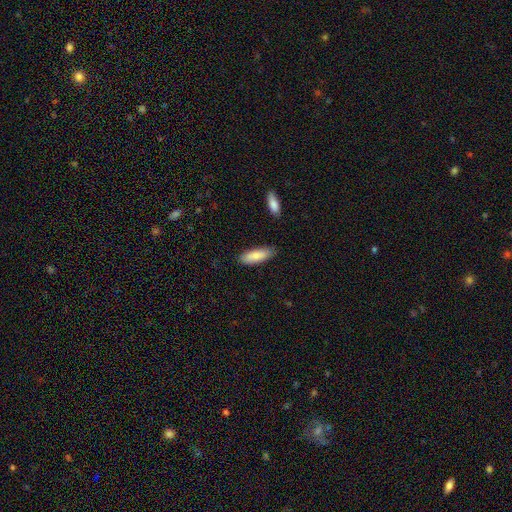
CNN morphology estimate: Smooth or featured?
  - smooth: 85% *
  - featured or disk: 9%
  - star or artifact: 6%
How rounded?
  - in between: 63% *
  - cigar-shaped: 35%
  - round: 1%
Merging?
  - none: 82% *
  - minor disturbance: 13%
  - major disturbance: 2%
  - merger: 2%